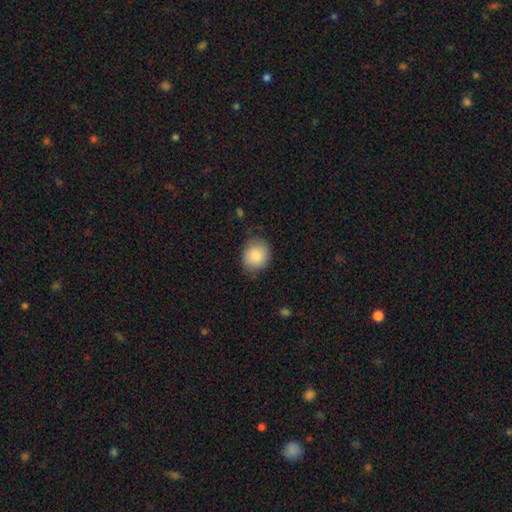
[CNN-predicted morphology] This is clearly a smooth galaxy (87%). How rounded: likely round (72%). Merging: likely none (75%).